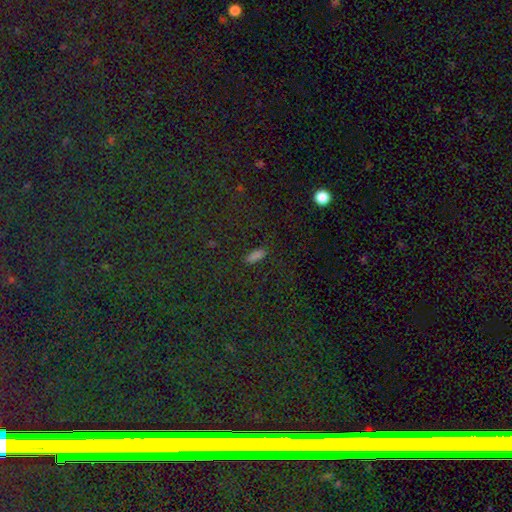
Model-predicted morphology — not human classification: smooth 76%, star or artifact 18%, featured or disk 6%. Down the decision tree: how rounded — in between (65%); merging — none (85%).